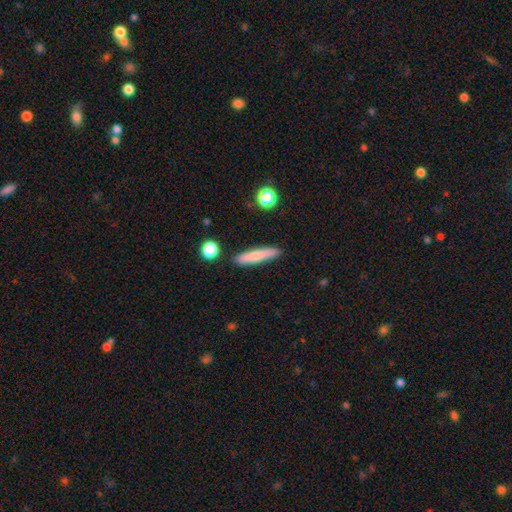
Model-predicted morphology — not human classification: smooth_or_featured: smooth (p=0.73) [alt: featured or disk p=0.21]
how_rounded: cigar-shaped (p=0.89) [alt: in between p=0.09]
merging: none (p=0.88) [alt: minor disturbance p=0.08]